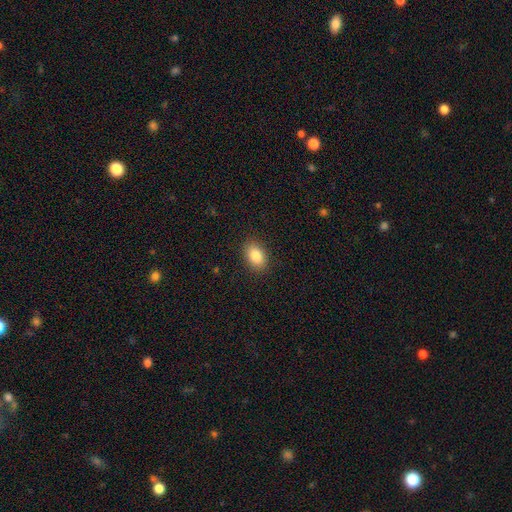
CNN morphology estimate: Smooth or featured? Predicted: smooth (p=0.86). How rounded? Predicted: in between (p=0.84). Merging? Predicted: none (p=0.88).